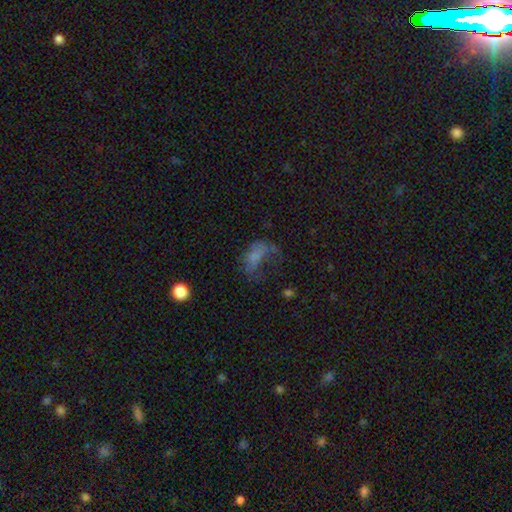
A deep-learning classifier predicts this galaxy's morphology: Smooth or featured: smooth — 56% (featured or disk — 26%)
How rounded: in between — 83% (round — 12%)
Merging: major disturbance — 50% (none — 26%)